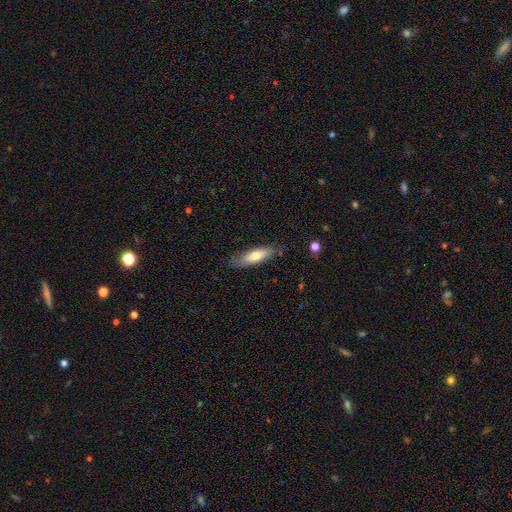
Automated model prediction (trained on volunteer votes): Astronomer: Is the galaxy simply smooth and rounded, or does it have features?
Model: smooth — 67%.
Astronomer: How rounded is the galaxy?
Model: cigar-shaped — 53% (runner-up: in between, 45%).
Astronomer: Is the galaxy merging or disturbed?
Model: none — 78%.